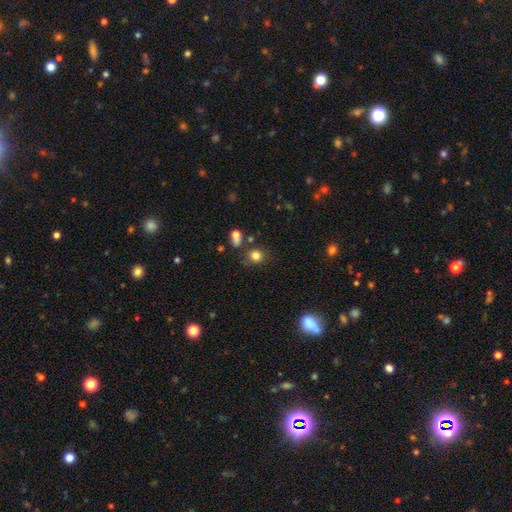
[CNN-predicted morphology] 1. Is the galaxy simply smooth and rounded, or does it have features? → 81% smooth, 12% star or artifact, 7% featured or disk.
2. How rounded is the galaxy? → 74% round, 25% in between, 1% cigar-shaped.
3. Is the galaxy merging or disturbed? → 68% none, 17% minor disturbance, 9% merger, 6% major disturbance.